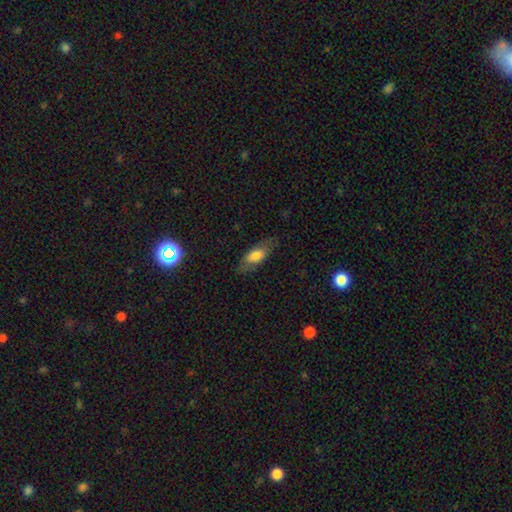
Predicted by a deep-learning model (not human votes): A smooth galaxy with no disk features (69%) that is in between round and cigar-shaped (76%).

Vote fractions:
- Smooth or featured? smooth: 69% / featured or disk: 24% / star or artifact: 7%
- How rounded? in between: 76% / cigar-shaped: 21% / round: 3%
- Merging? none: 75% / minor disturbance: 17% / major disturbance: 6% / merger: 1%